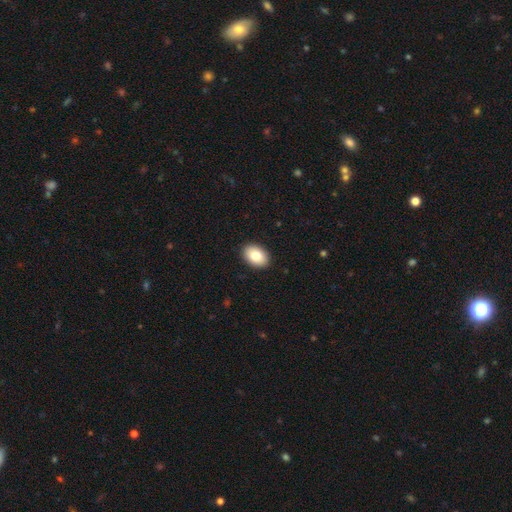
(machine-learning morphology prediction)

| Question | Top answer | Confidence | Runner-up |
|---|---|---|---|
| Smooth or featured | smooth | 84% | featured or disk (9%) |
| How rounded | in between | 86% | round (13%) |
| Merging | none | 91% | minor disturbance (7%) |